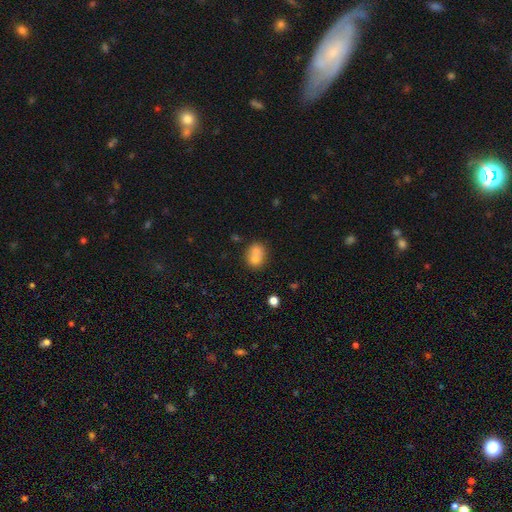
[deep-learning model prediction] Overall: smooth (73%). How rounded: round (53%; in between 46%). Merging: merger (54%; none 32%).